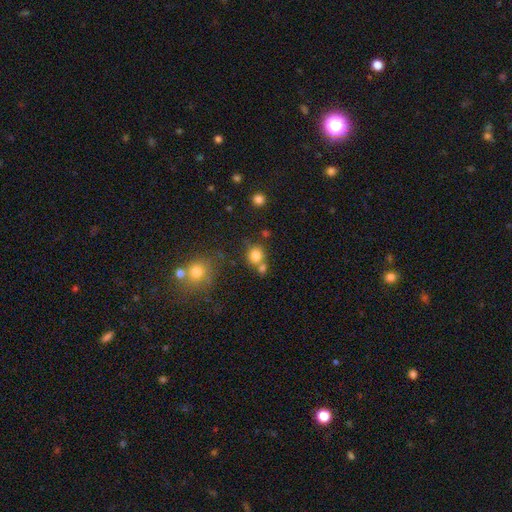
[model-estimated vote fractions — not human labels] This appears to be a smooth galaxy with no disk features (80%) that is round (80%). Merging: none (61%).